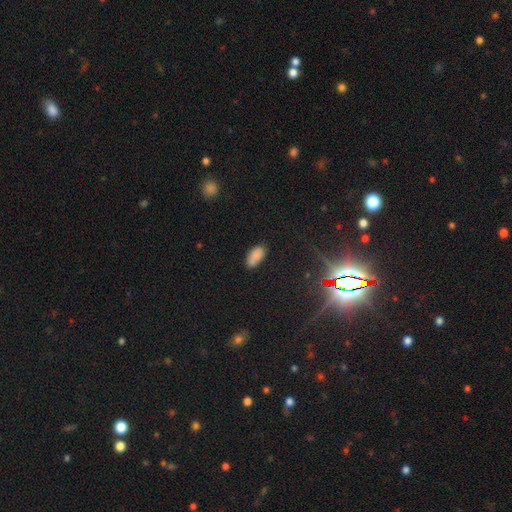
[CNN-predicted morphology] smooth 83%, star or artifact 11%, featured or disk 6%. Down the decision tree: how rounded — in between (93%); merging — none (74%).